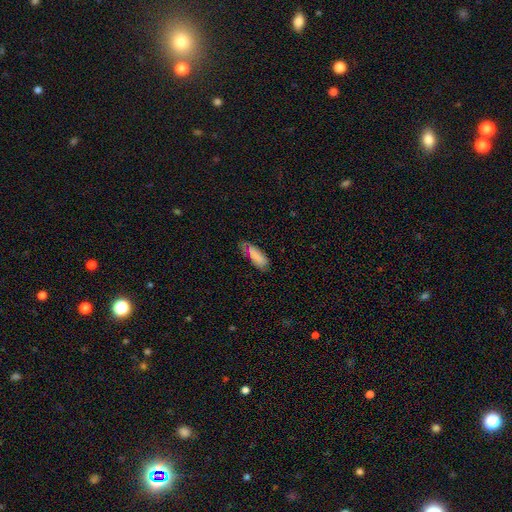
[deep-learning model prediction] This is likely a smooth galaxy (72%). How rounded: likely in between (73%). Merging: likely none (62%).